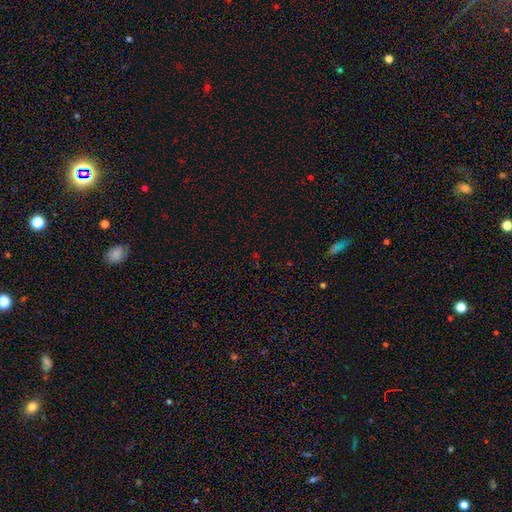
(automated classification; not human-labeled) Morphology: type=star or artifact (65%).